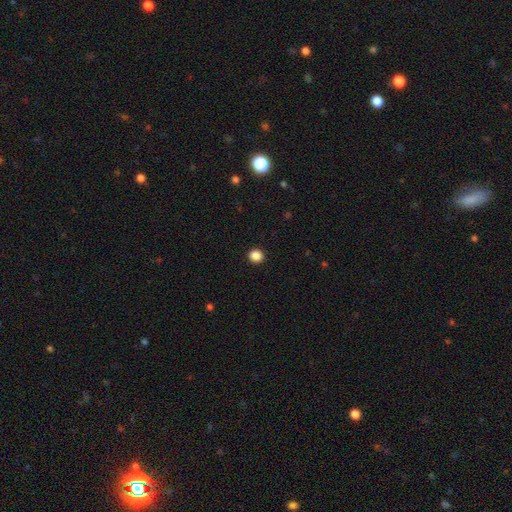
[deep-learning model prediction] Smooth or featured?
  - smooth: 87% *
  - star or artifact: 10%
  - featured or disk: 2%
How rounded?
  - round: 88% *
  - in between: 11%
  - cigar-shaped: 1%
Merging?
  - none: 93% *
  - minor disturbance: 4%
  - major disturbance: 2%
  - merger: 1%